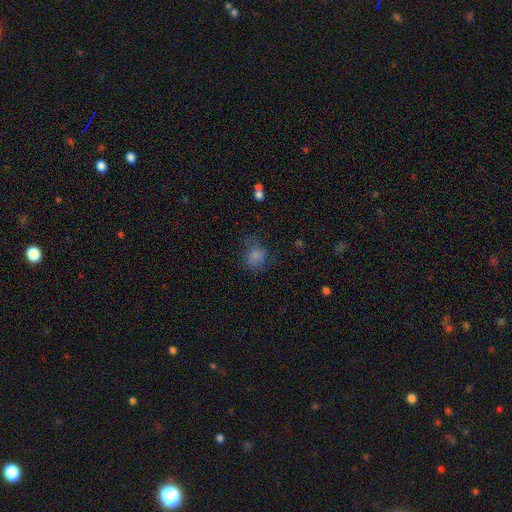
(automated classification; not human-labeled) This appears to be a smooth galaxy with no disk features (73%) that is round (58%). Merging: none (54%).